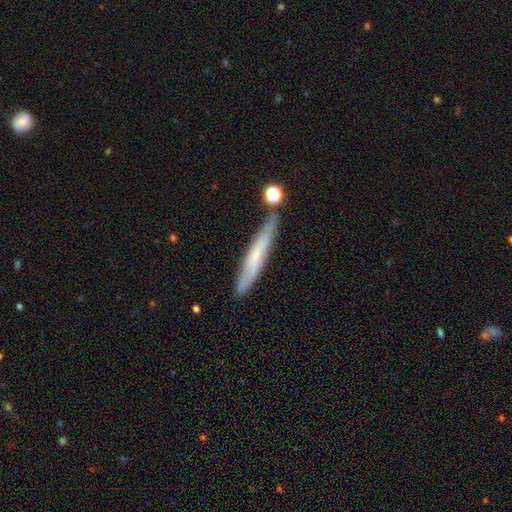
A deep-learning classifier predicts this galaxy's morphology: This appears to be a smooth galaxy with no disk features (50%). Merging: none (75%).